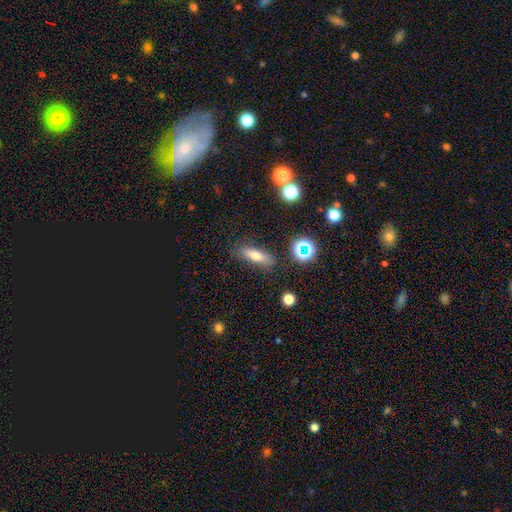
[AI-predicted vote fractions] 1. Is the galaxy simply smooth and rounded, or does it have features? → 66% smooth, 22% featured or disk, 12% star or artifact.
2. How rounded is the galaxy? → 48% cigar-shaped, 47% in between, 6% round.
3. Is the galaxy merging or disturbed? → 82% none, 12% minor disturbance, 4% major disturbance, 2% merger.